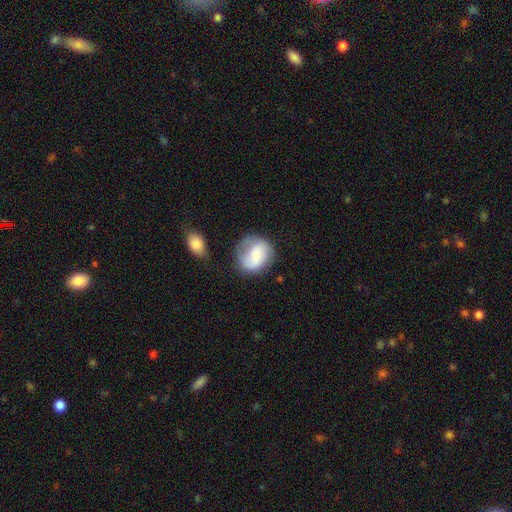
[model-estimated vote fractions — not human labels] This appears to be a smooth galaxy with no disk features (60%) that is round (69%). Merging: none (54%).